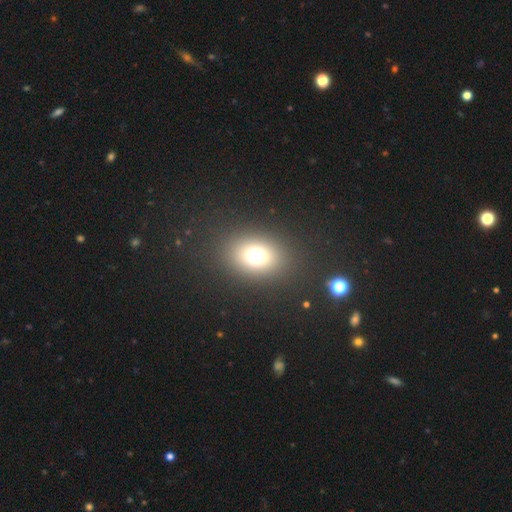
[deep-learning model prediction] The model was most divided on "how rounded": in between: 53%, round: 45%, cigar-shaped: 1%. More confident: merging — none (87%); smooth or featured — smooth (69%).